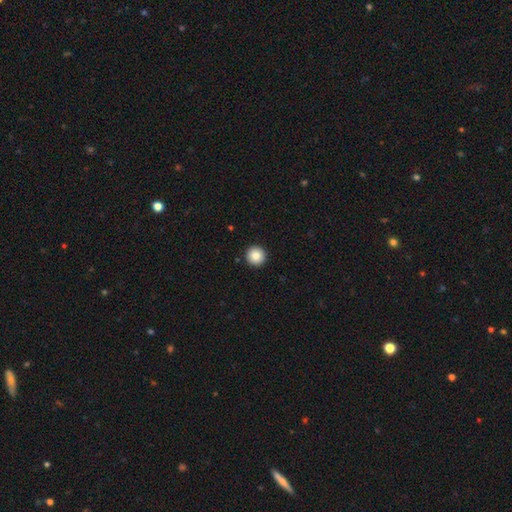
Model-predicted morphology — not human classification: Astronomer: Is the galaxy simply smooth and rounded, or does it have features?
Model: smooth — 85%.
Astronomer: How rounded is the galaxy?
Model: round — 96%.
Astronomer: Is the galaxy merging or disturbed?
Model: none — 93%.